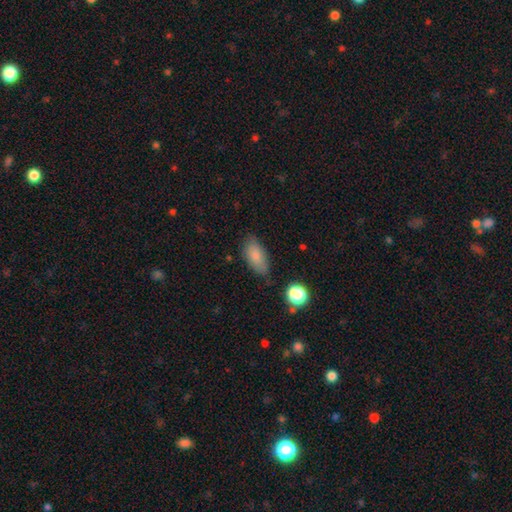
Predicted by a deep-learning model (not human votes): Smooth or featured? smooth (83%)
How rounded? in between (89%)
Merging? none (73%)